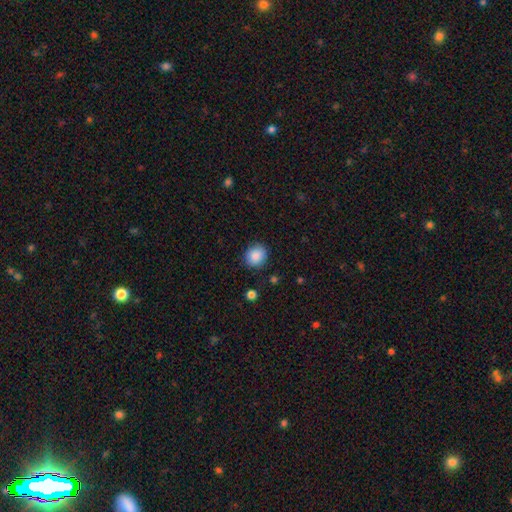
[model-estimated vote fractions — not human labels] Q: Smooth or featured?
A: smooth (88%); runner-up: star or artifact (8%)
Q: How rounded?
A: round (80%); runner-up: in between (20%)
Q: Merging?
A: none (86%); runner-up: minor disturbance (10%)